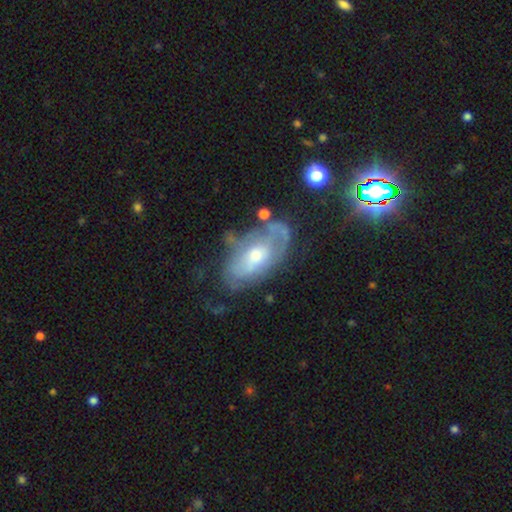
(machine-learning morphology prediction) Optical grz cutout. It shows a featured or disk galaxy (70%) with no bar (65%), spiral arms (73%) and a moderate central bulge (57%). Merging: none (53%).